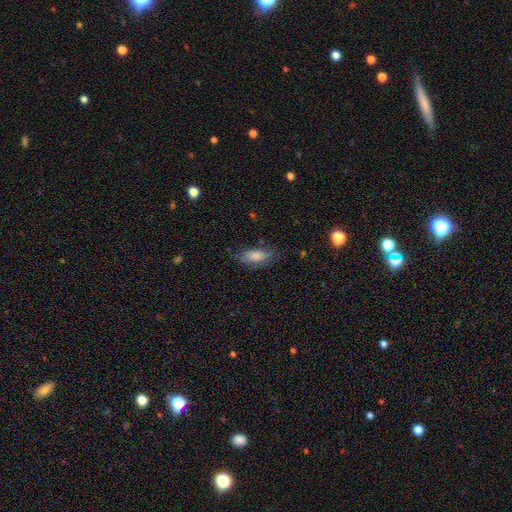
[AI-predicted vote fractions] Smooth or featured? smooth (71%)
How rounded? in between (67%)
Merging? none (76%)